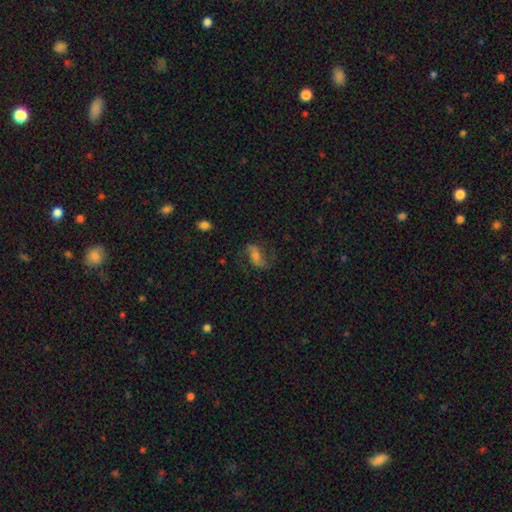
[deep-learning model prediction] Overall: featured or disk (65%). Edge-on disk: no (94%). Bar: weak (36%; no 32%). Spiral arms: yes (91%). Spiral arm count: 2 (89%). Spiral winding: loose (55%; medium 35%). Bulge size: moderate (42%; small 41%). Merging: none (70%).